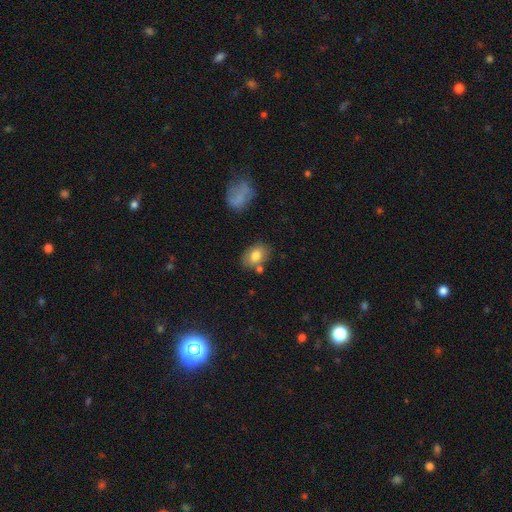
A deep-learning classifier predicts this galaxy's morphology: Smooth or featured?
  - smooth: 78% *
  - featured or disk: 14%
  - star or artifact: 8%
How rounded?
  - in between: 78% *
  - round: 20%
  - cigar-shaped: 1%
Merging?
  - none: 73% *
  - minor disturbance: 14%
  - merger: 9%
  - major disturbance: 3%